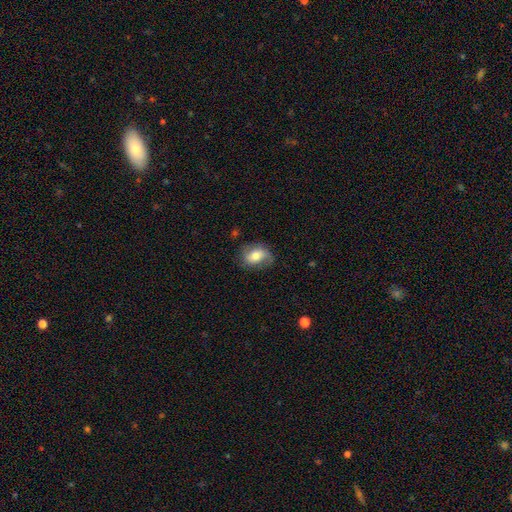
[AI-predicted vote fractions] Overall: smooth (62%; featured or disk 30%). How rounded: in between (74%). Merging: none (66%).